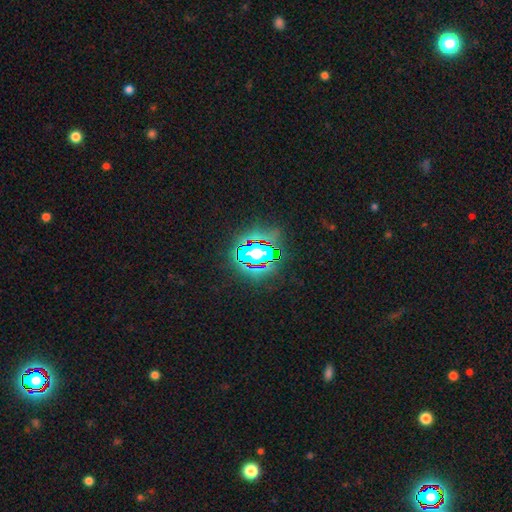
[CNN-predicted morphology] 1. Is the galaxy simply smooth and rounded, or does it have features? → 81% star or artifact, 11% smooth, 8% featured or disk.